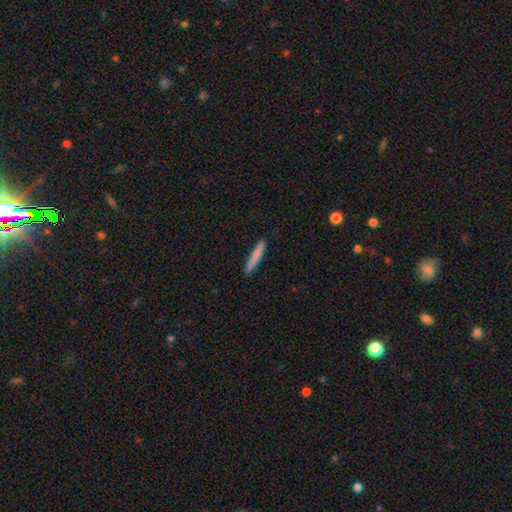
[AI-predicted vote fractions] Smooth or featured? smooth (79%)
How rounded? cigar-shaped (95%)
Merging? none (91%)